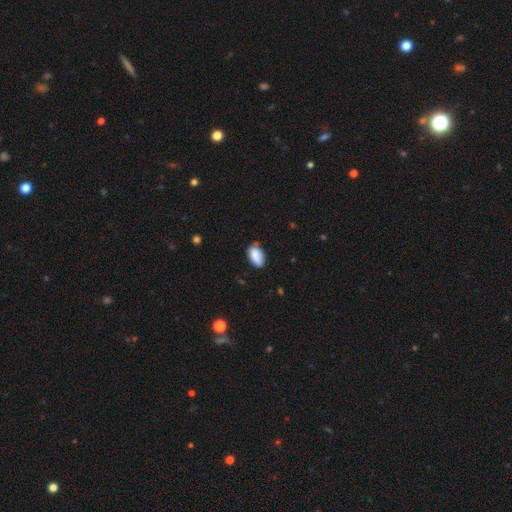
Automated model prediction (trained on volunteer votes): A smooth galaxy with no disk features (86%) that is in between round and cigar-shaped (93%).

Vote fractions:
- Smooth or featured? smooth: 86% / featured or disk: 7% / star or artifact: 7%
- How rounded? in between: 93% / round: 4% / cigar-shaped: 3%
- Merging? none: 72% / minor disturbance: 22% / major disturbance: 4% / merger: 2%